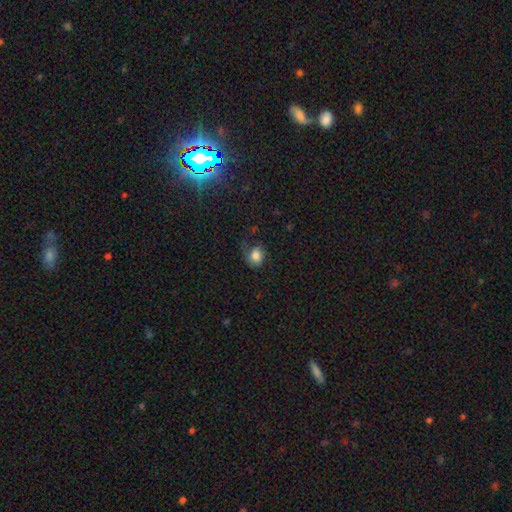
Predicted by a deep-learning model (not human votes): Morphology: type=smooth (76%); roundness=round (55%); merging=none (45%).